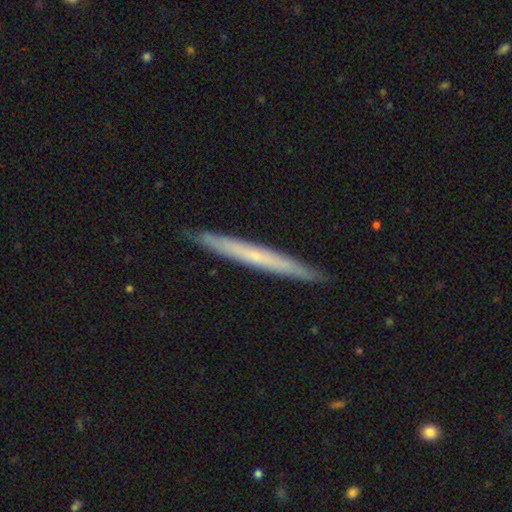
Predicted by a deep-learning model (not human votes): Smooth or featured: featured or disk — 50% (smooth — 44%)
Edge-on disk: yes — 95% (no — 5%)
Merging: none — 92% (minor disturbance — 6%)